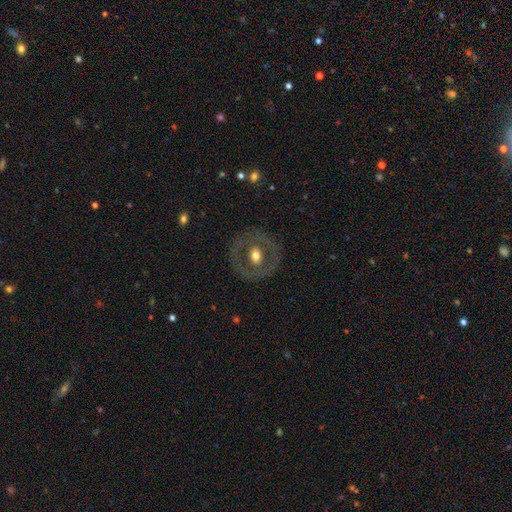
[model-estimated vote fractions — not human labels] Smooth or featured?
  - featured or disk: 52% *
  - smooth: 41%
  - star or artifact: 6%
Edge-on disk?
  - no: 94% *
  - yes: 6%
Merging?
  - none: 83% *
  - minor disturbance: 10%
  - major disturbance: 6%
  - merger: 1%